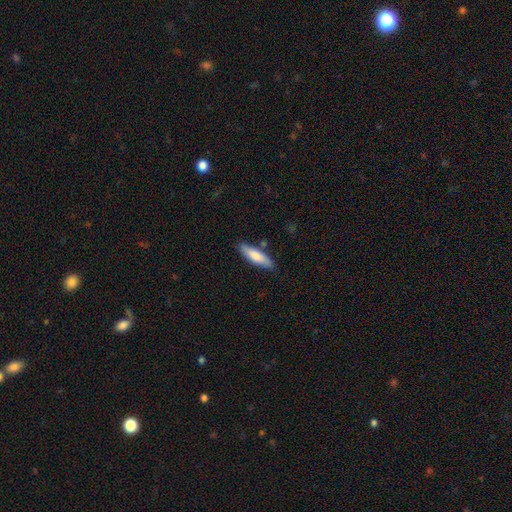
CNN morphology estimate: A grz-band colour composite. It shows a smooth galaxy with no disk features (76%) that is cigar-shaped (63%). Merging: none (81%).